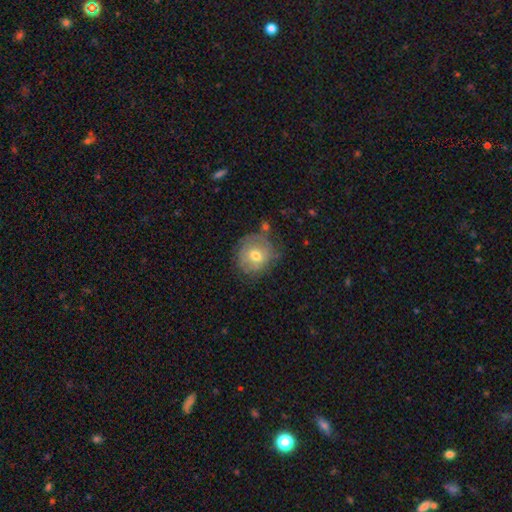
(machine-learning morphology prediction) This appears to be a smooth galaxy with no disk features (57%) that is round (84%). Merging: none (65%).